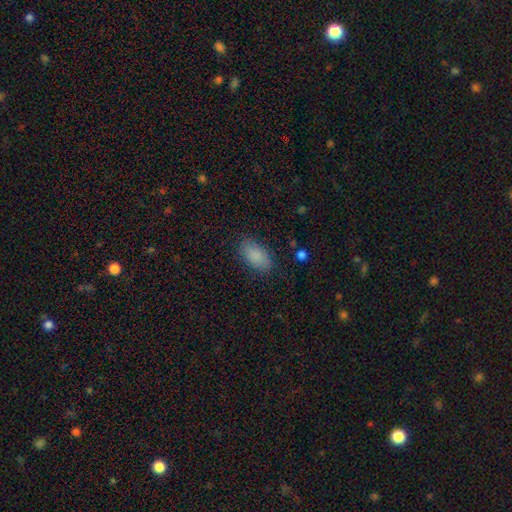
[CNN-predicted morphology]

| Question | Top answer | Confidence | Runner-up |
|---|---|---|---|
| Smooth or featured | smooth | 87% | star or artifact (7%) |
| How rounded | in between | 93% | round (4%) |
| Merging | none | 84% | minor disturbance (12%) |